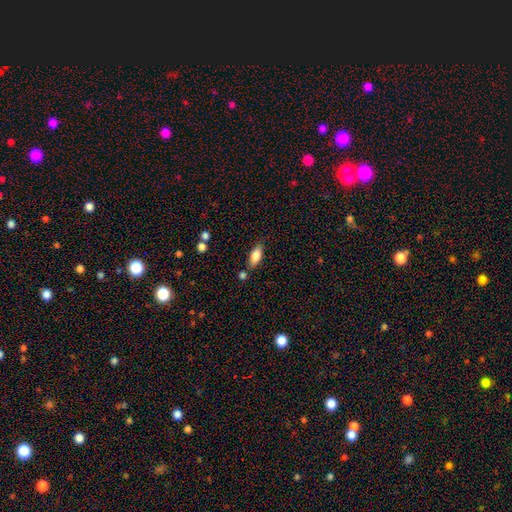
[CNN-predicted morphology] This is clearly a smooth galaxy (81%). How rounded: likely in between (79%). Merging: likely none (77%).